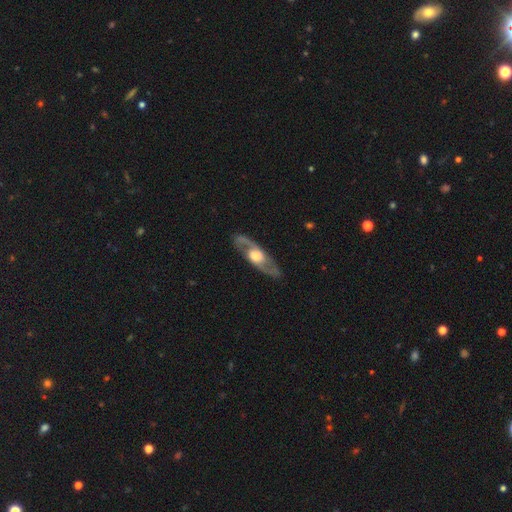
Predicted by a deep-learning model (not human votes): Q: Smooth or featured?
A: featured or disk (79%); runner-up: smooth (17%)
Q: Edge-on disk?
A: no (72%); runner-up: yes (28%)
Q: Bar?
A: no (71%); runner-up: weak (23%)
Q: Spiral arms?
A: yes (77%); runner-up: no (23%)
Q: Bulge size?
A: large (46%); tied with: moderate (46%)
Q: Merging?
A: none (86%); runner-up: minor disturbance (9%)